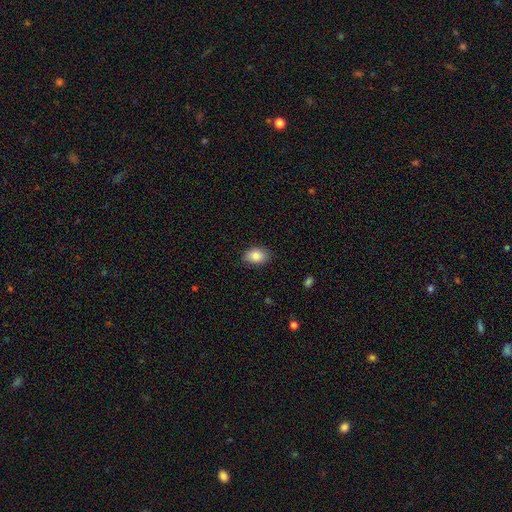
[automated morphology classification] smooth 85%, star or artifact 8%, featured or disk 7%. Down the decision tree: how rounded — in between (82%); merging — none (86%).